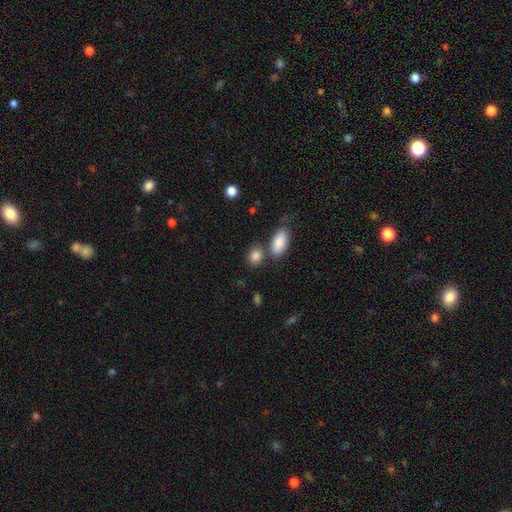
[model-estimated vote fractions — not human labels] Smooth or featured? Predicted: smooth (p=0.87). How rounded? Predicted: in between (p=0.50). Merging? Predicted: none (p=0.63).